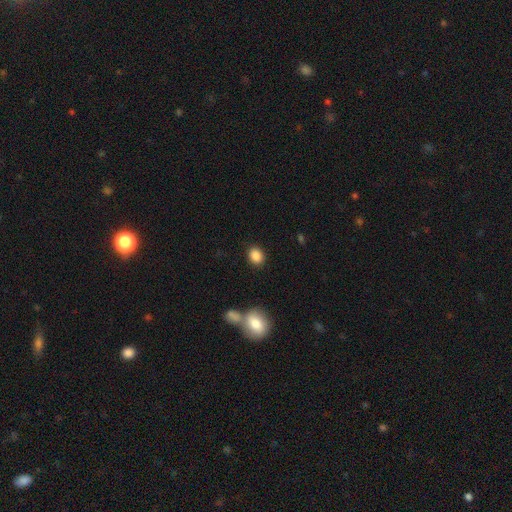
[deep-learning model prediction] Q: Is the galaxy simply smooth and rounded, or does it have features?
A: smooth — 87%.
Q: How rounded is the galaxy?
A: in between — 50%.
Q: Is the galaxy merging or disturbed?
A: none — 86%.